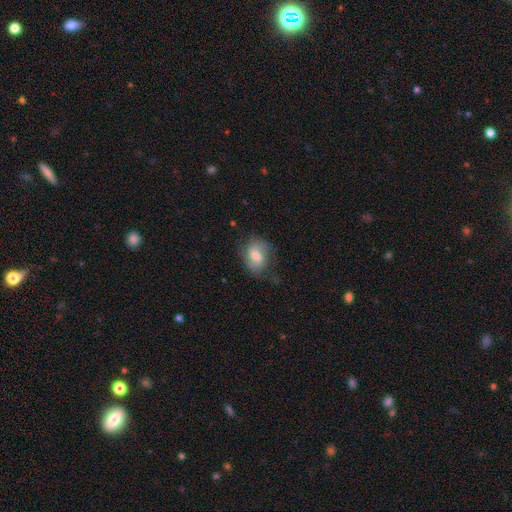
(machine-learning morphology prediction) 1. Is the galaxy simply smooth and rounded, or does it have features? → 48% smooth, 43% featured or disk, 8% star or artifact.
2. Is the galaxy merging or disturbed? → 57% none, 27% minor disturbance, 14% major disturbance, 2% merger.